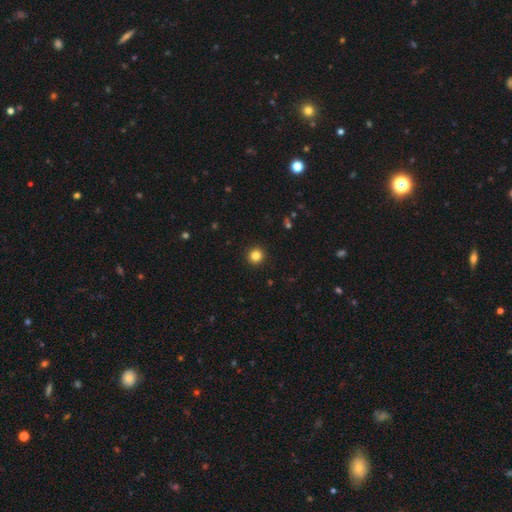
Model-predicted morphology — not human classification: Q: Smooth or featured?
A: smooth (84%); runner-up: star or artifact (12%)
Q: How rounded?
A: round (95%); runner-up: in between (4%)
Q: Merging?
A: none (93%); runner-up: minor disturbance (4%)